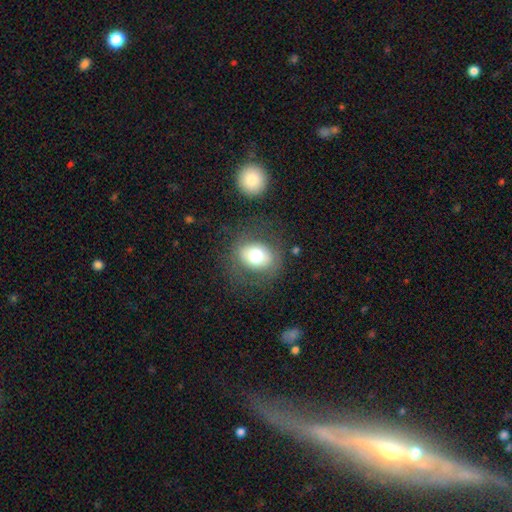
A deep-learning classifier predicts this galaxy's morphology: Smooth or featured? smooth (67%)
How rounded? round (58%)
Merging? none (76%)